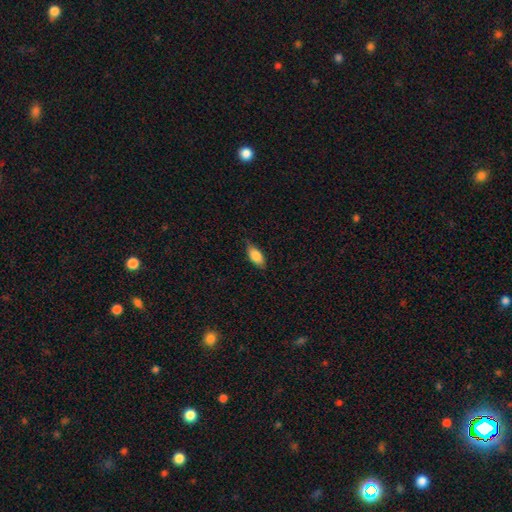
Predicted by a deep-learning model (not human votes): Smooth or featured?
  - smooth: 83% *
  - featured or disk: 11%
  - star or artifact: 6%
How rounded?
  - in between: 86% *
  - cigar-shaped: 11%
  - round: 3%
Merging?
  - none: 76% *
  - minor disturbance: 20%
  - major disturbance: 3%
  - merger: 1%